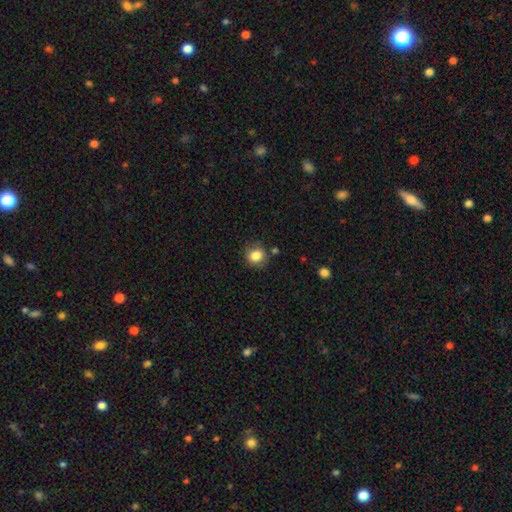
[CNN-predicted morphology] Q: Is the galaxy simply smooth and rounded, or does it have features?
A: smooth — 83%.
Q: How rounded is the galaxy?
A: round — 82%.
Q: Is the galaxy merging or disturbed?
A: none — 81%.